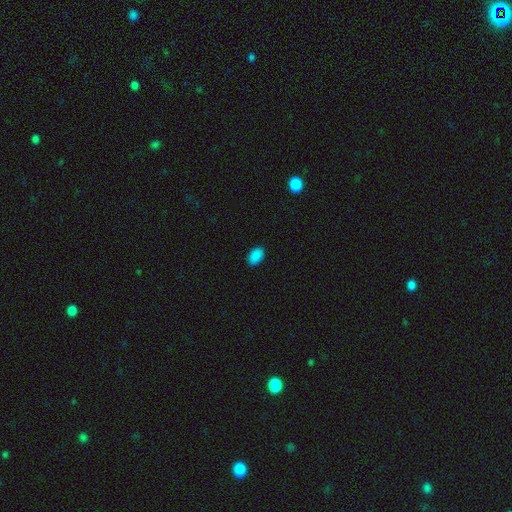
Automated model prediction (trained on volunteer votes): smooth_or_featured: smooth (p=0.87) [alt: star or artifact p=0.10]
how_rounded: in between (p=0.90) [alt: round p=0.08]
merging: none (p=0.88) [alt: minor disturbance p=0.09]